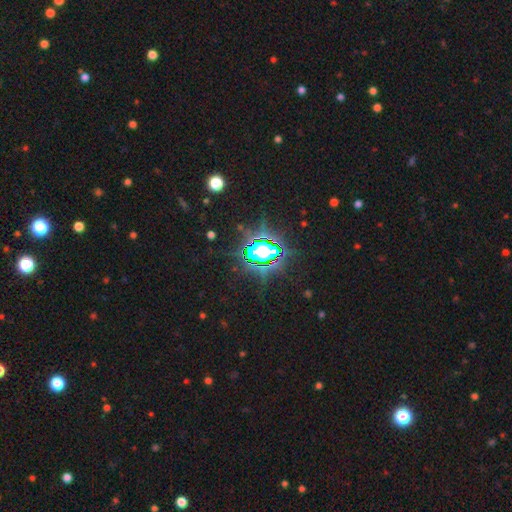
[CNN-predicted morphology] This appears to be a star or artifact, not a galaxy (80%).